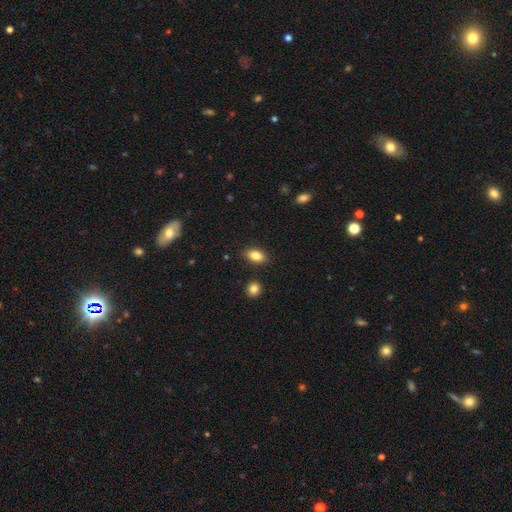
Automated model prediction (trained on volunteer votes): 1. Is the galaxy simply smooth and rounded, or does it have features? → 83% smooth, 9% featured or disk, 8% star or artifact.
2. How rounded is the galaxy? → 88% in between, 7% round, 4% cigar-shaped.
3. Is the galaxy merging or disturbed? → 86% none, 9% minor disturbance, 2% merger, 2% major disturbance.